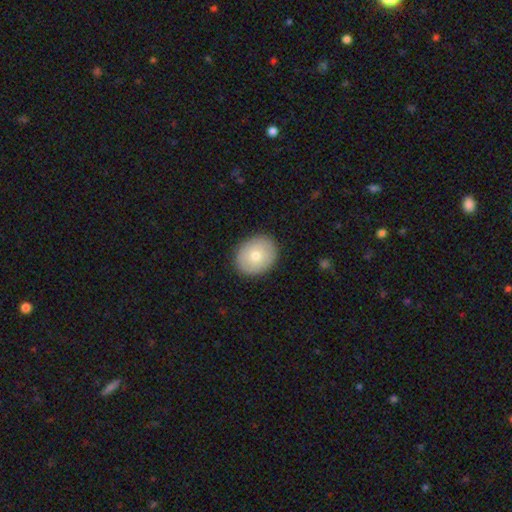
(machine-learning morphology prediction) smooth_or_featured: smooth (p=0.73) [alt: featured or disk p=0.19]
how_rounded: round (p=0.58) [alt: in between p=0.41]
merging: none (p=0.89) [alt: minor disturbance p=0.08]